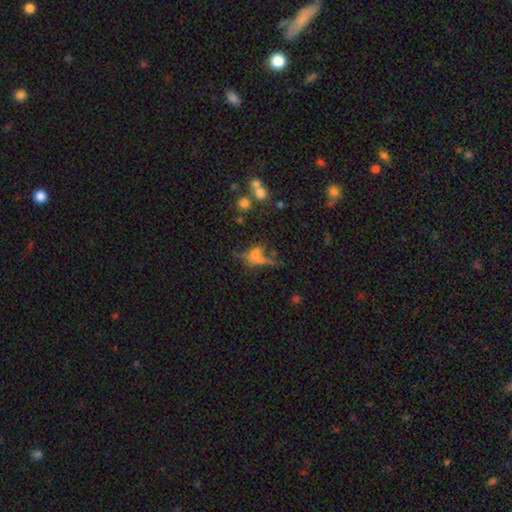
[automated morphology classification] smooth-or-featured: smooth: 44% | featured or disk: 33% | star or artifact: 23%
  merging: none: 40% | merger: 24% | major disturbance: 20% | minor disturbance: 16%